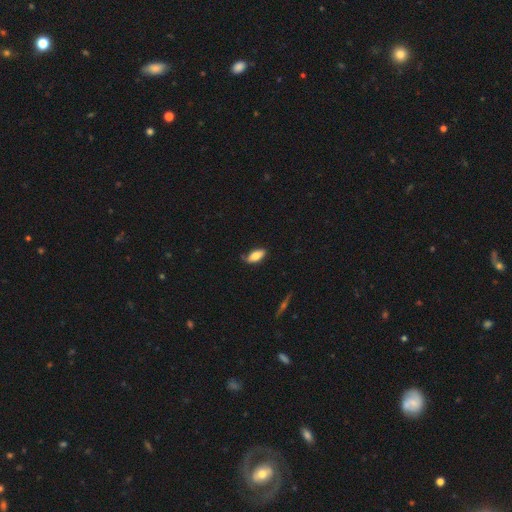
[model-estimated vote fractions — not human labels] This is likely a smooth galaxy (77%). How rounded: clearly in between (87%). Merging: likely none (69%).